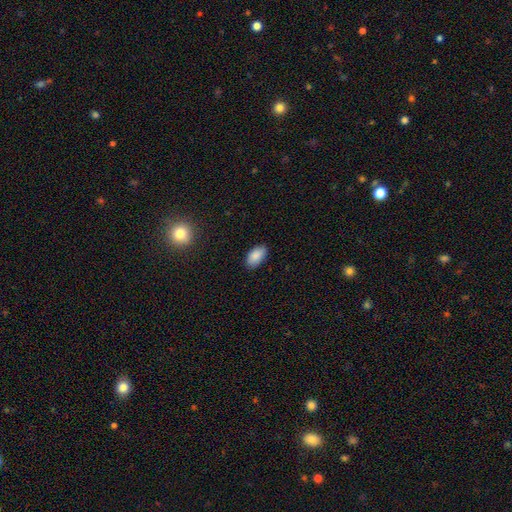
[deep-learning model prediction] Smooth or featured? smooth (87%)
How rounded? in between (94%)
Merging? none (85%)